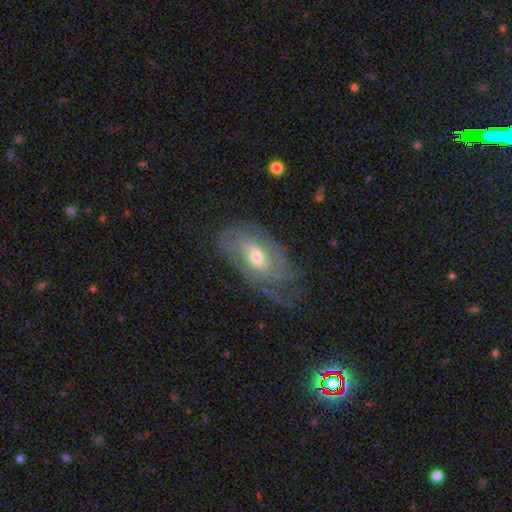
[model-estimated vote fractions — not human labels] This is clearly a featured or disk galaxy (85%). It is clearly not viewed edge-on (94%). Bar: possibly no (47%). Spiral arm pattern: clearly yes (93%). Spiral arm count: marginally can't tell (40%). Spiral winding: likely tight (69%). Central bulge: likely moderate (62%). Merging: likely none (66%).